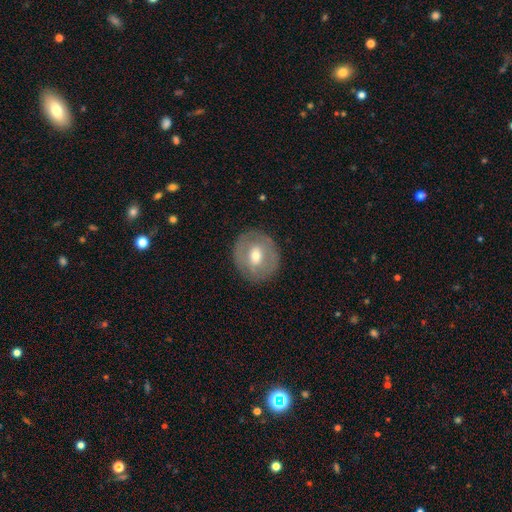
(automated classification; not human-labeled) Morphology: type=featured or disk (54%); edge-on=no (93%); bar=weak (44%); spiral arms=no (72%); bulge=moderate (68%); merging=none (85%).